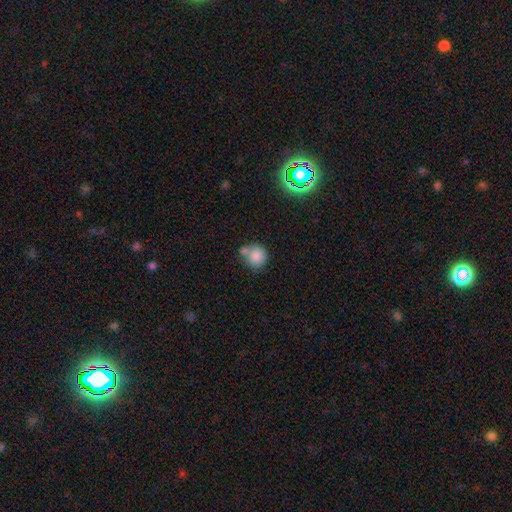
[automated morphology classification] Overall: smooth (82%). How rounded: round (88%). Merging: none (47%; merger 33%).